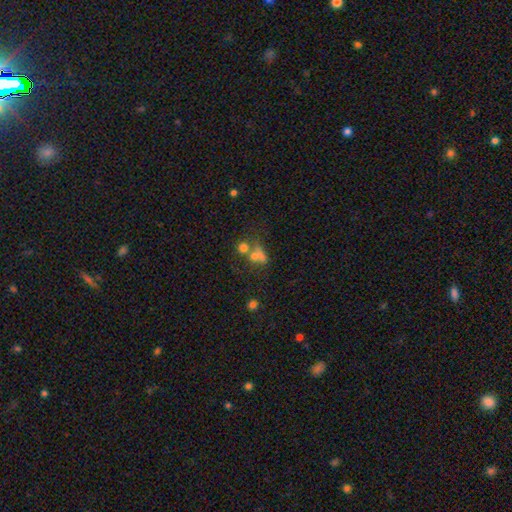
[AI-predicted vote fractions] A smooth galaxy with no disk features (56%) that is round (66%).

Vote fractions:
- Smooth or featured? smooth: 56% / star or artifact: 23% / featured or disk: 20%
- How rounded? round: 66% / in between: 31% / cigar-shaped: 3%
- Merging? merger: 46% / none: 34% / major disturbance: 10% / minor disturbance: 10%